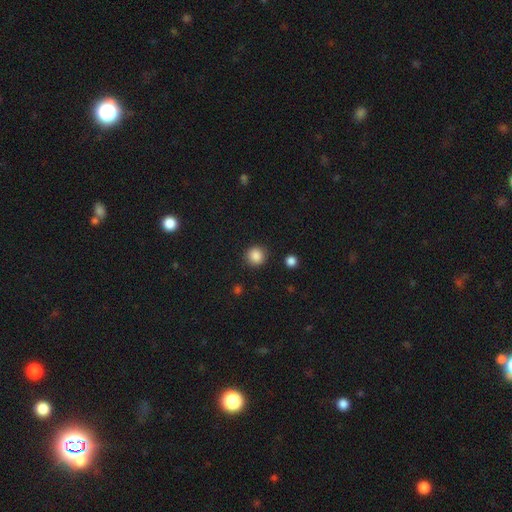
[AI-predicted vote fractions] smooth-or-featured: smooth: 87% | star or artifact: 10% | featured or disk: 3%
  how-rounded: round: 92% | in between: 7% | cigar-shaped: 1%
  merging: none: 90% | minor disturbance: 6% | major disturbance: 2% | merger: 2%